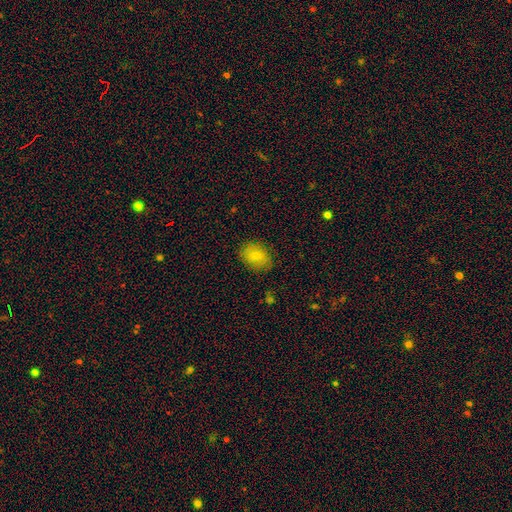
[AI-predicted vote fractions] This appears to be a smooth galaxy with no disk features (79%) that is in between round and cigar-shaped (69%). Merging: none (82%).